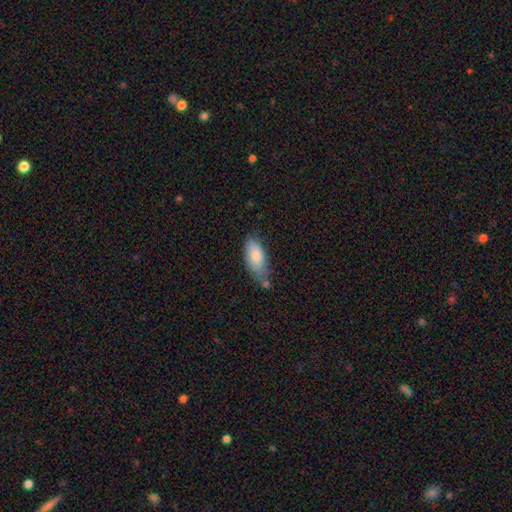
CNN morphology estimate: Smooth or featured?
  - smooth: 82% *
  - featured or disk: 12%
  - star or artifact: 6%
How rounded?
  - in between: 88% *
  - cigar-shaped: 10%
  - round: 2%
Merging?
  - none: 50% *
  - minor disturbance: 30%
  - merger: 12%
  - major disturbance: 8%